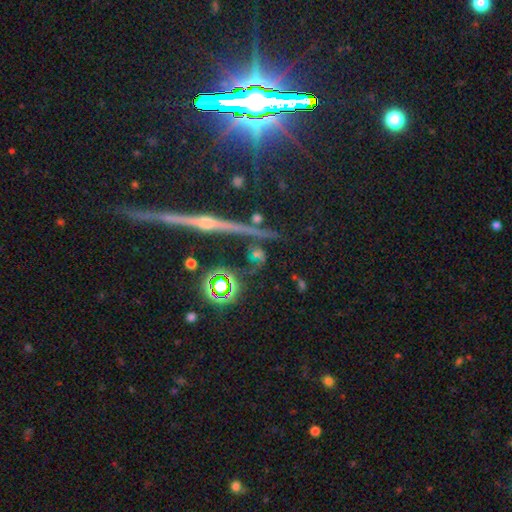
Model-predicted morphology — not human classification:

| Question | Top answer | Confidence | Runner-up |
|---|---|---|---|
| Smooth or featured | star or artifact | 42% | featured or disk (31%) |